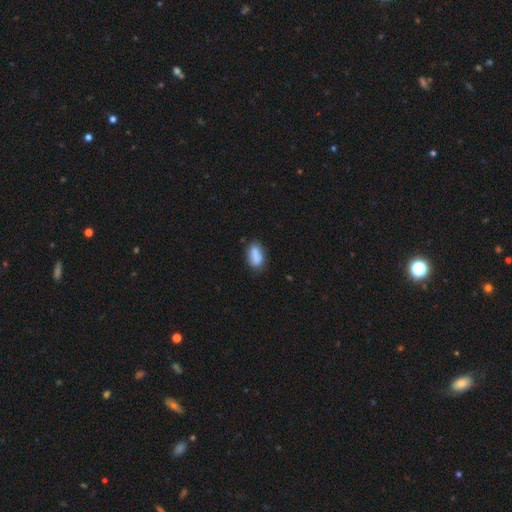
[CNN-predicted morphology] smooth-or-featured: smooth: 84% | featured or disk: 8% | star or artifact: 8%
  how-rounded: in between: 86% | cigar-shaped: 8% | round: 6%
  merging: none: 72% | minor disturbance: 19% | merger: 5% | major disturbance: 4%